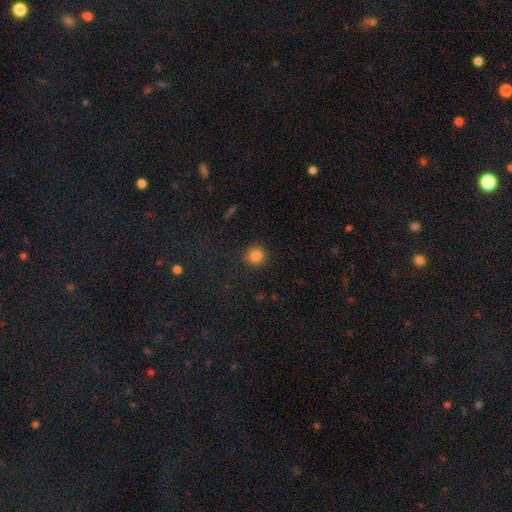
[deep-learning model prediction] smooth 84%, star or artifact 11%, featured or disk 4%. Down the decision tree: how rounded — round (92%); merging — none (89%).